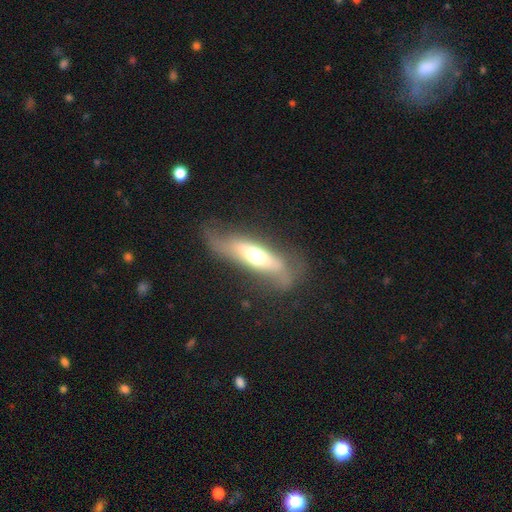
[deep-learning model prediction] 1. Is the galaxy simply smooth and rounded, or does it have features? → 52% featured or disk, 41% smooth, 6% star or artifact.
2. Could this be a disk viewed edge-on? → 53% no, 47% yes.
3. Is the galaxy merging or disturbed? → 50% none, 25% minor disturbance, 22% major disturbance, 3% merger.